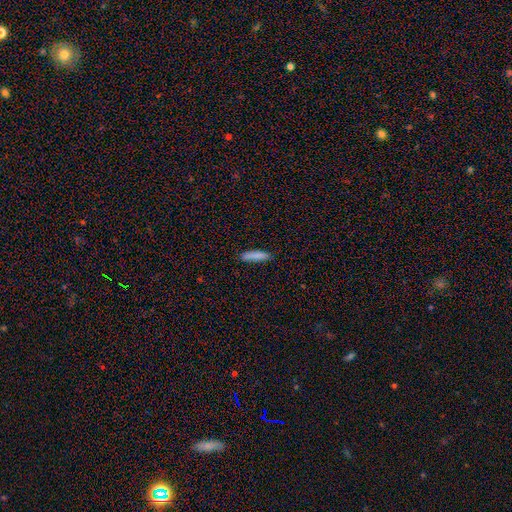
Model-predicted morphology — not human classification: A smooth galaxy with no disk features (85%) that is cigar-shaped (81%). Merging: none (85%).